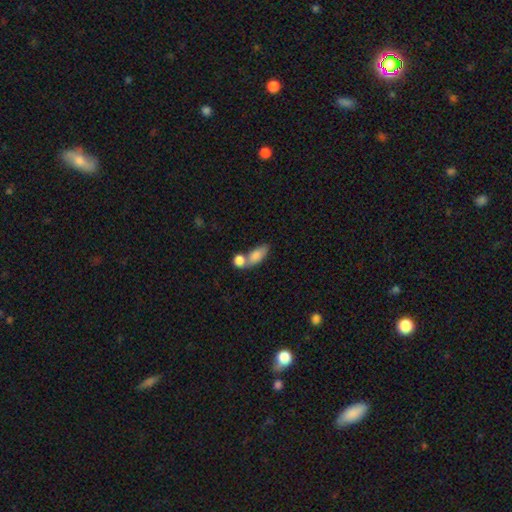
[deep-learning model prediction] This appears to be a smooth galaxy with no disk features (81%) that is in between round and cigar-shaped (81%). Merging: merger (50%).